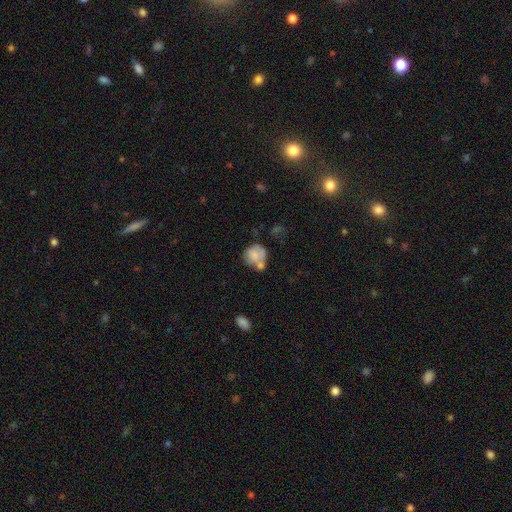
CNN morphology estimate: Smooth or featured: smooth — 69% (featured or disk — 23%)
How rounded: round — 69% (in between — 30%)
Merging: merger — 35% (tied with none — 35%)